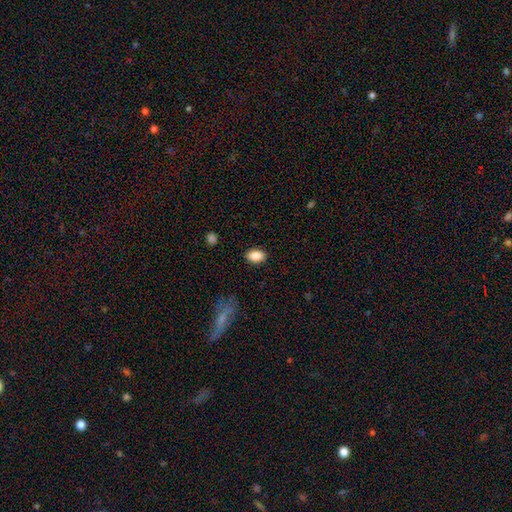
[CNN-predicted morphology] smooth-or-featured: smooth: 88% | star or artifact: 7% | featured or disk: 4%
  how-rounded: in between: 88% | round: 10% | cigar-shaped: 2%
  merging: none: 87% | minor disturbance: 9% | major disturbance: 3% | merger: 1%